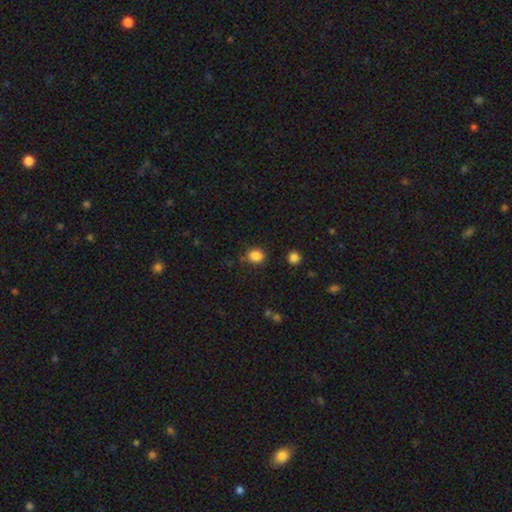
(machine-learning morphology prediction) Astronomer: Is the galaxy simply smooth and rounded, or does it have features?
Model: smooth — 85%.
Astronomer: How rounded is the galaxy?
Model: round — 58% (runner-up: in between, 41%).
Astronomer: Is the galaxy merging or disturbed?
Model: none — 80%.